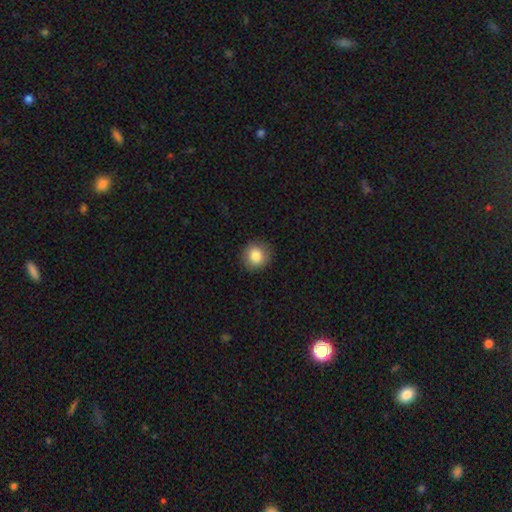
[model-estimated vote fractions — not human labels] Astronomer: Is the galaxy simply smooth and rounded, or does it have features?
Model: smooth — 84%.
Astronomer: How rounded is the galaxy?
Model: round — 89%.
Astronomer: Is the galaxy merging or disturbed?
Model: none — 88%.